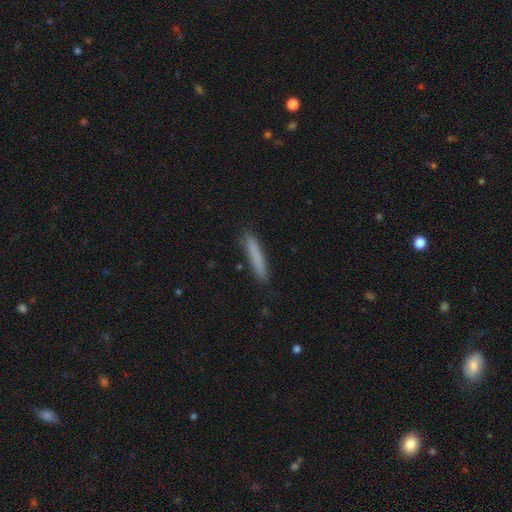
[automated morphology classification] This is likely a smooth galaxy (79%). How rounded: clearly cigar-shaped (95%). Merging: clearly none (87%).